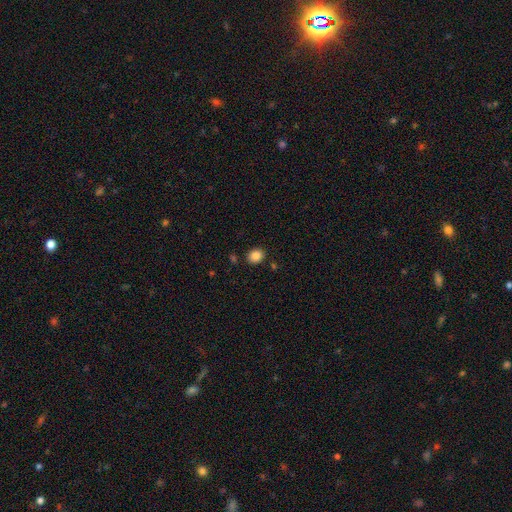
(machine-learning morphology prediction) The model was most divided on "how rounded": round: 55%, in between: 45%, cigar-shaped: 1%. More confident: merging — none (86%); smooth or featured — smooth (86%).